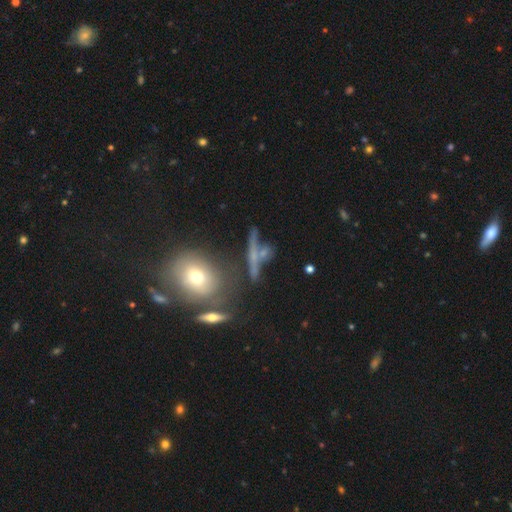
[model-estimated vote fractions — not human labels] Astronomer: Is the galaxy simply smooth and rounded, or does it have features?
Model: featured or disk — 48% (runner-up: smooth, 34%).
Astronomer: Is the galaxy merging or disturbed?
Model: none — 49%.